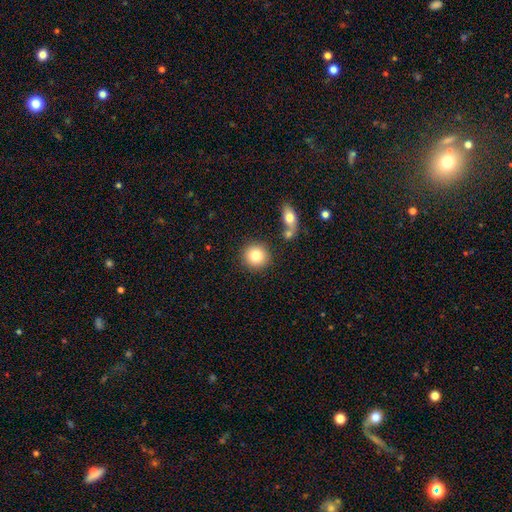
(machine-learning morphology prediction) type=smooth (81%); roundness=round (93%); merging=none (82%).